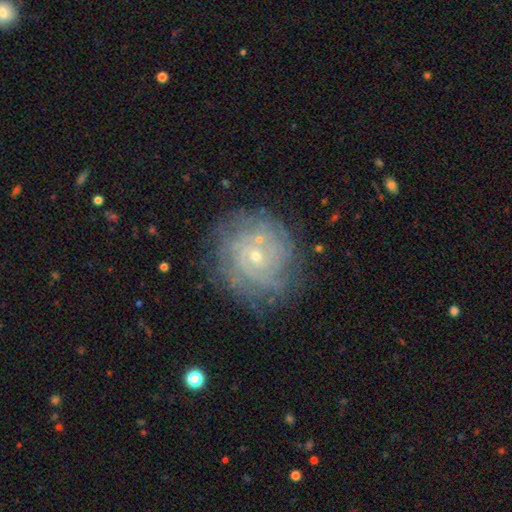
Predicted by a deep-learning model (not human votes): Q: Smooth or featured?
A: featured or disk (80%); runner-up: smooth (11%)
Q: Edge-on disk?
A: no (97%); runner-up: yes (3%)
Q: Bar?
A: no (74%); runner-up: weak (21%)
Q: Spiral arms?
A: yes (94%); runner-up: no (6%)
Q: Spiral winding?
A: tight (80%); runner-up: medium (16%)
Q: Spiral arm count?
A: can't tell (40%); runner-up: 4 (16%)
Q: Bulge size?
A: small (79%); runner-up: moderate (18%)
Q: Merging?
A: none (77%); runner-up: minor disturbance (14%)